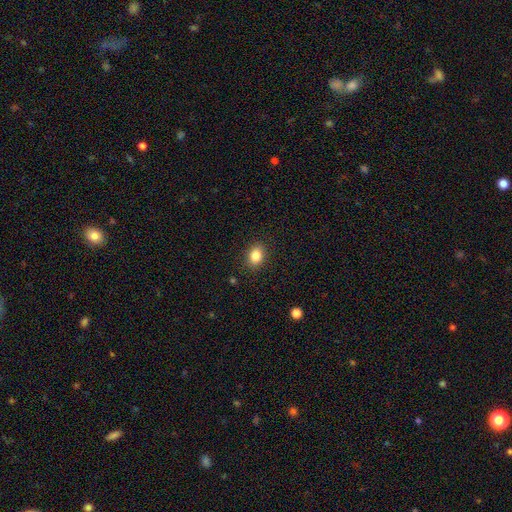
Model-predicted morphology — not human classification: The model was most divided on "how rounded": in between: 65%, round: 34%, cigar-shaped: 1%. More confident: merging — none (88%); smooth or featured — smooth (85%).